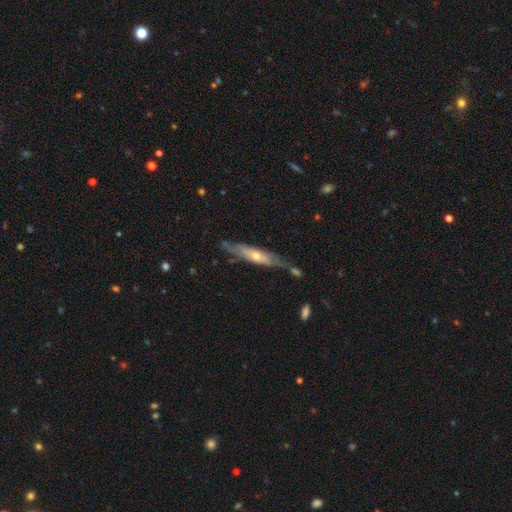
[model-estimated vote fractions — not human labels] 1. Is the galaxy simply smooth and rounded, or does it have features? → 64% featured or disk, 30% smooth, 6% star or artifact.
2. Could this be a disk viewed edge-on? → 74% yes, 26% no.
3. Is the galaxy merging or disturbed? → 68% none, 21% minor disturbance, 6% merger, 5% major disturbance.